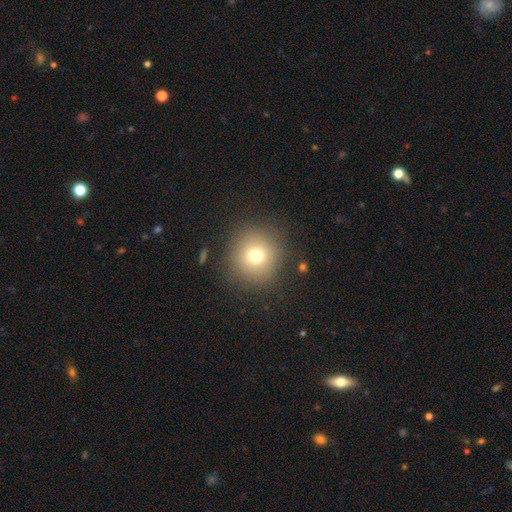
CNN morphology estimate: Smooth or featured? Predicted: smooth (p=0.73). How rounded? Predicted: round (p=0.94). Merging? Predicted: none (p=0.87).